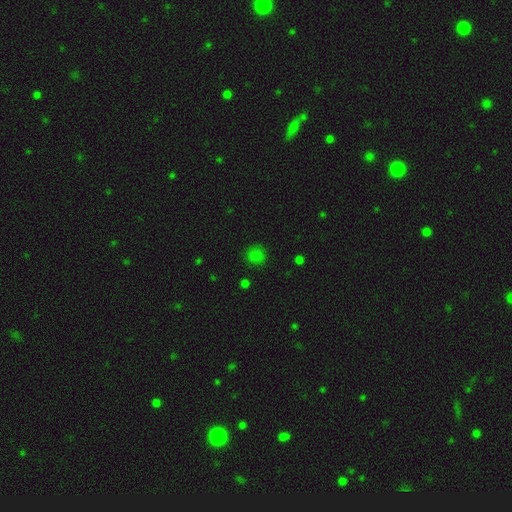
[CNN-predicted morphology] smooth_or_featured: smooth (p=0.77) [alt: star or artifact p=0.19]
how_rounded: round (p=0.87) [alt: in between p=0.12]
merging: none (p=0.85) [alt: minor disturbance p=0.10]